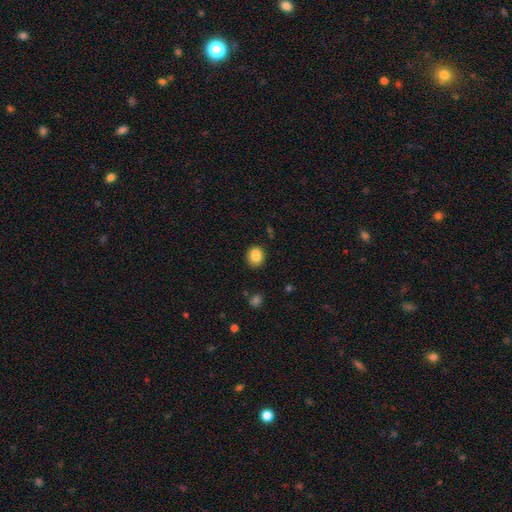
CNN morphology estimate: Smooth or featured: smooth — 85% (star or artifact — 9%)
How rounded: round — 71% (in between — 28%)
Merging: none — 83% (minor disturbance — 12%)